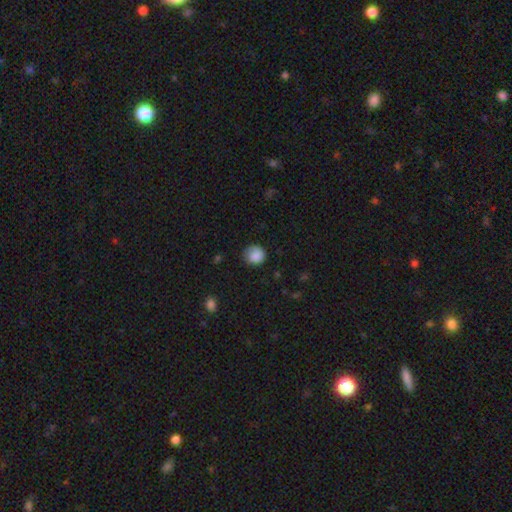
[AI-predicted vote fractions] Overall: smooth (82%). How rounded: round (82%). Merging: none (65%).